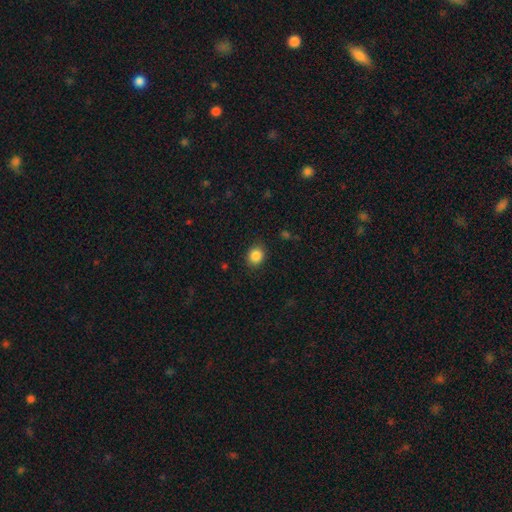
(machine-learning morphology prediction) Smooth or featured? Predicted: smooth (p=0.87). How rounded? Predicted: round (p=0.69). Merging? Predicted: none (p=0.87).